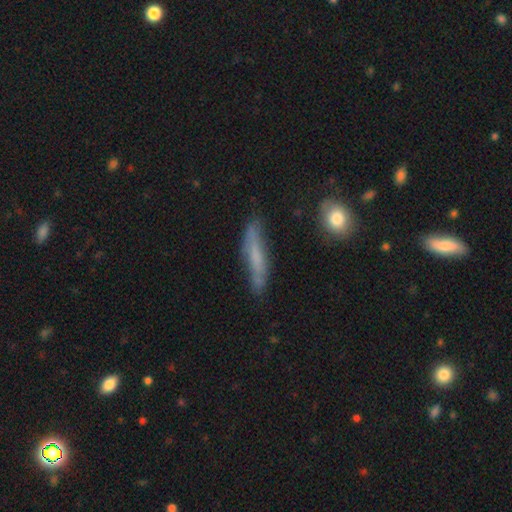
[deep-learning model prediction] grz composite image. It shows a smooth galaxy with no disk features (53%) that is cigar-shaped (87%). Merging: none (72%).